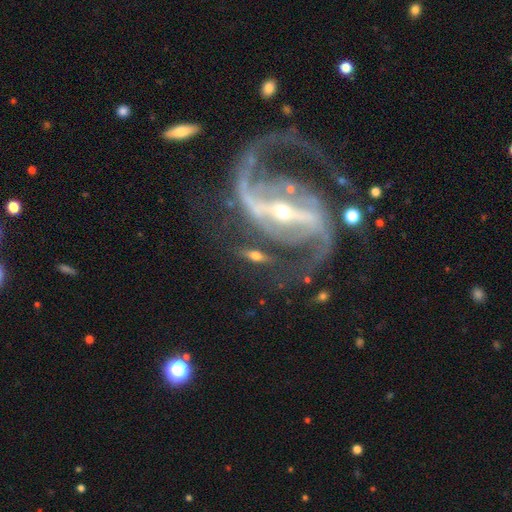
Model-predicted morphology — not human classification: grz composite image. It shows a featured or disk galaxy (65%) viewed edge-on (50%, tied with no). Merging: none (65%).